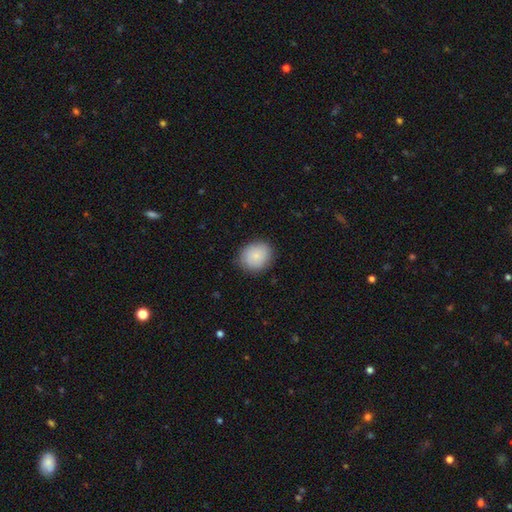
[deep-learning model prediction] Smooth or featured: smooth — 85% (featured or disk — 9%)
How rounded: round — 67% (in between — 32%)
Merging: none — 83% (minor disturbance — 13%)